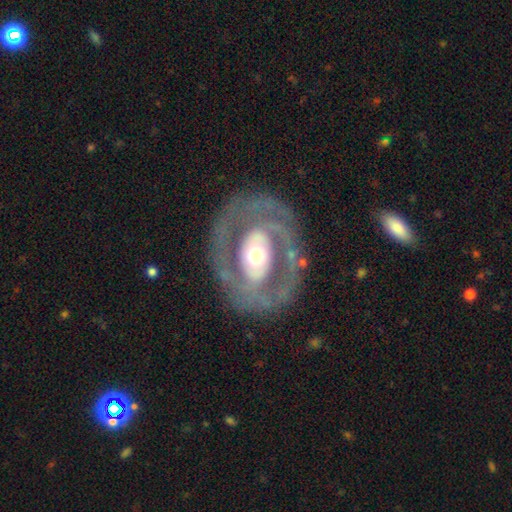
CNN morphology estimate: smooth-or-featured: featured or disk: 82% | smooth: 13% | star or artifact: 5%
  disk-edge-on: no: 96% | yes: 4%
    bar: no: 53% | weak: 26% | strong: 20%
    has-spiral-arms: yes: 73% | no: 27%
      spiral-winding: tight: 48% | medium: 39% | loose: 13%
      spiral-arm-count: 2: 77% | can't tell: 11% | 1: 5% | 3: 4% | 4: 2% | more than 4: 2%
    bulge-size: moderate: 57% | large: 31% | small: 8% | dominant: 4% | none: 1%
  merging: none: 77% | minor disturbance: 12% | major disturbance: 9% | merger: 2%